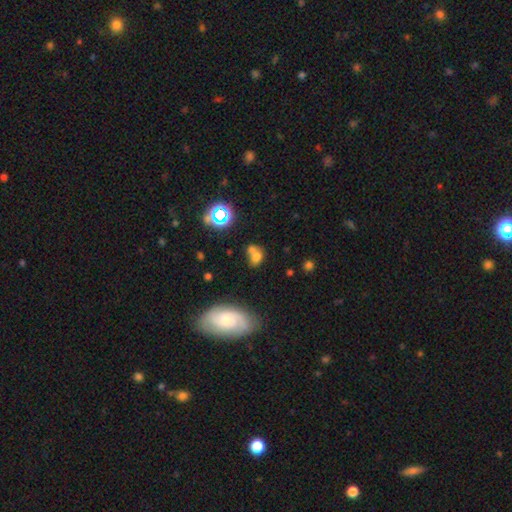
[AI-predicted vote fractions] Smooth or featured: smooth — 64% (star or artifact — 20%)
How rounded: in between — 56% (round — 42%)
Merging: merger — 51% (none — 32%)